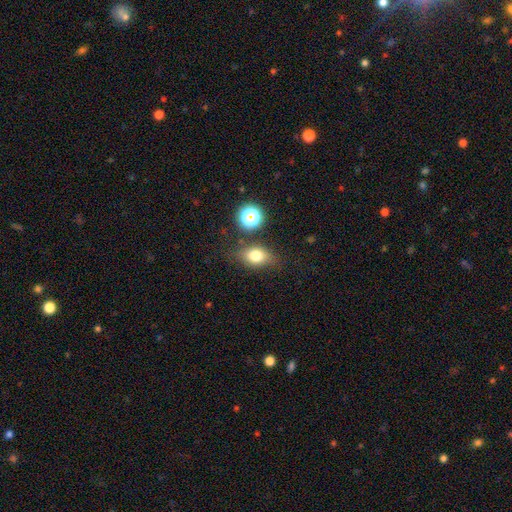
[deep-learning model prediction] Morphology: type=smooth (73%); roundness=in between (69%); merging=none (74%).